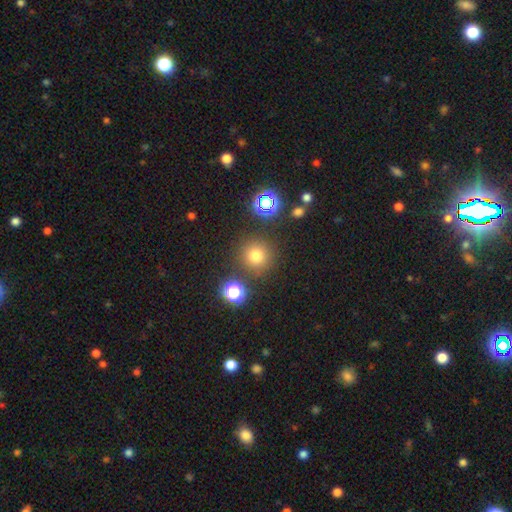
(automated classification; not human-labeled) smooth-or-featured: smooth: 72% | star or artifact: 21% | featured or disk: 7%
  how-rounded: round: 95% | in between: 4% | cigar-shaped: 1%
  merging: none: 85% | minor disturbance: 7% | merger: 5% | major disturbance: 3%